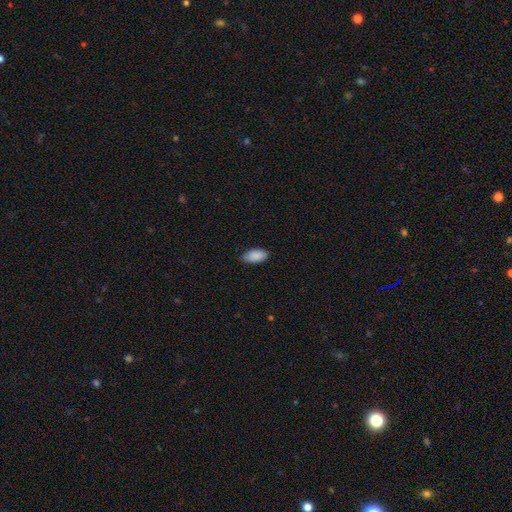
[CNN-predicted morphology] smooth_or_featured: smooth (p=0.90) [alt: star or artifact p=0.06]
how_rounded: in between (p=0.94) [alt: cigar-shaped p=0.04]
merging: none (p=0.83) [alt: minor disturbance p=0.14]